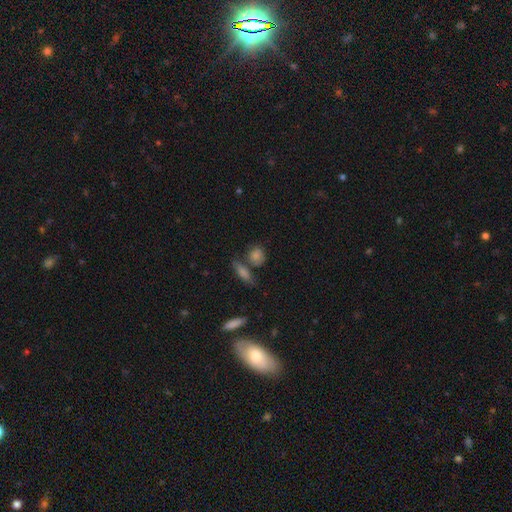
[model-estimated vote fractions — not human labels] Q: Smooth or featured?
A: smooth (65%); runner-up: star or artifact (19%)
Q: How rounded?
A: round (50%); runner-up: in between (38%)
Q: Merging?
A: none (63%); runner-up: merger (19%)